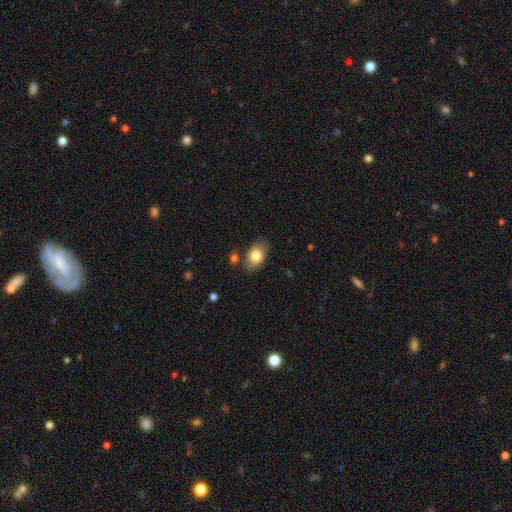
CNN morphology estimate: Smooth or featured: smooth — 80% (featured or disk — 12%)
How rounded: in between — 84% (round — 15%)
Merging: none — 77% (minor disturbance — 14%)